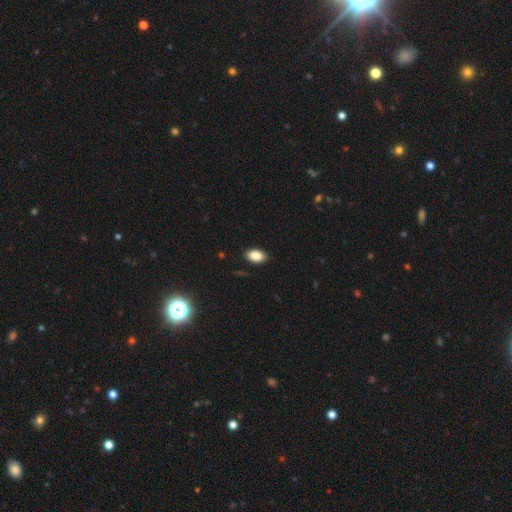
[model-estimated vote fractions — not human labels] Smooth or featured? Predicted: smooth (p=0.87). How rounded? Predicted: in between (p=0.89). Merging? Predicted: none (p=0.88).